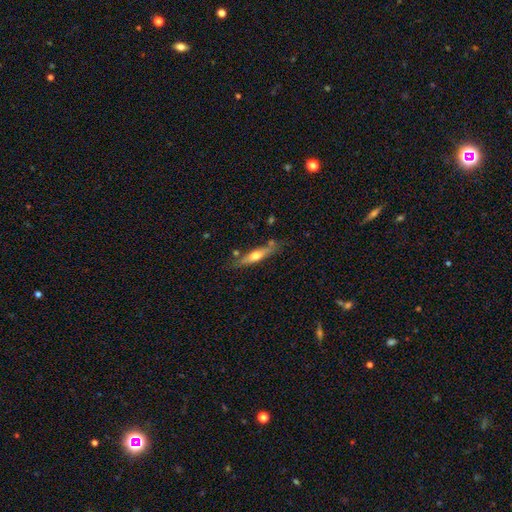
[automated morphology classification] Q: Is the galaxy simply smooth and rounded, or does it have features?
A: featured or disk — 52%.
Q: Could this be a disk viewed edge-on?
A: yes — 90%.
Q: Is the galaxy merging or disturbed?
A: none — 72%.